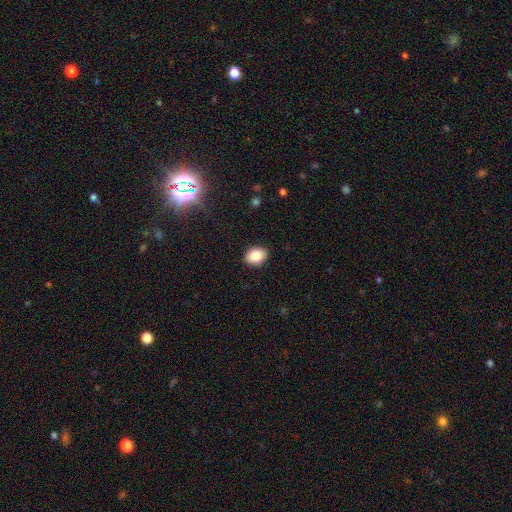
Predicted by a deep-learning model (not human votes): Smooth or featured: smooth — 85% (star or artifact — 9%)
How rounded: in between — 59% (round — 40%)
Merging: none — 90% (minor disturbance — 7%)